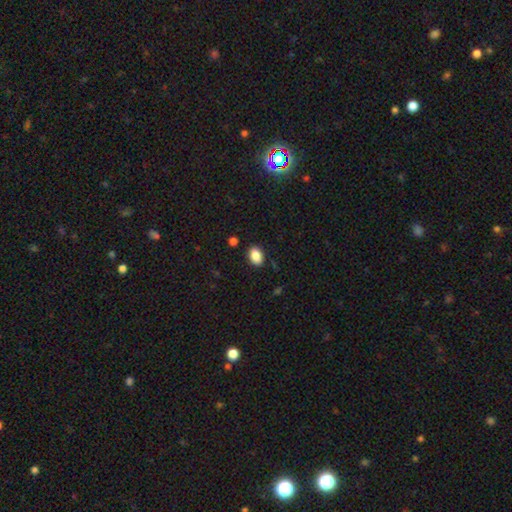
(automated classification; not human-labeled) Morphology: type=smooth (87%); roundness=in between (85%); merging=none (87%).